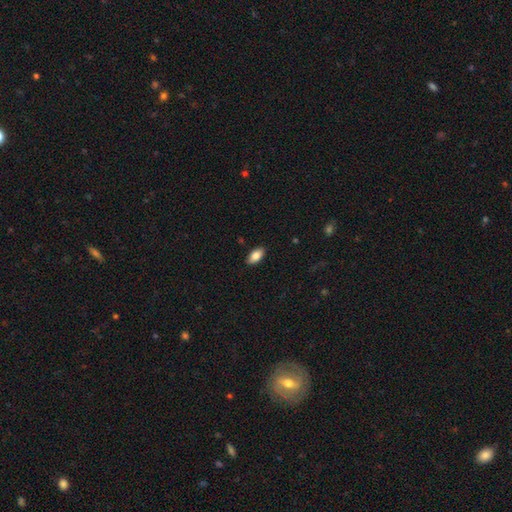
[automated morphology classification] type=smooth (85%); roundness=in between (93%); merging=none (89%).